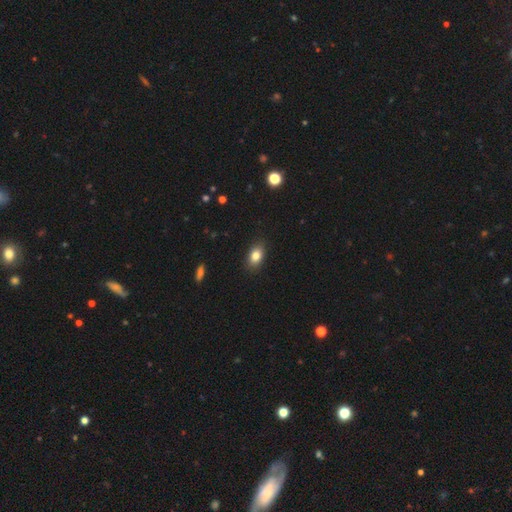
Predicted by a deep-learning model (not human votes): smooth-or-featured: smooth: 83% | star or artifact: 9% | featured or disk: 8%
  how-rounded: in between: 83% | round: 15% | cigar-shaped: 2%
  merging: none: 87% | minor disturbance: 10% | major disturbance: 2% | merger: 1%